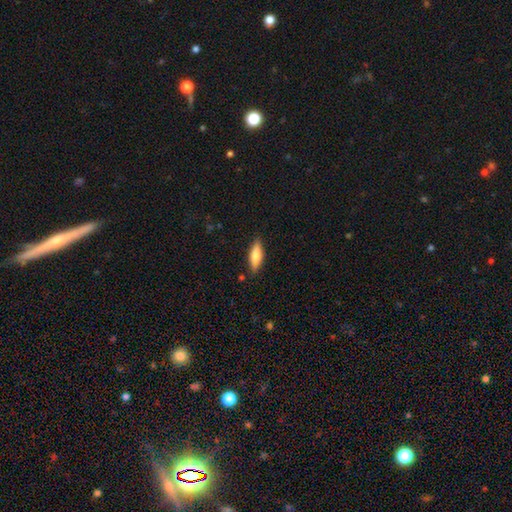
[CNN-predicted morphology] smooth-or-featured: smooth: 68% | featured or disk: 25% | star or artifact: 6%
  how-rounded: in between: 50% | cigar-shaped: 48% | round: 2%
  merging: none: 86% | minor disturbance: 11% | major disturbance: 2% | merger: 2%